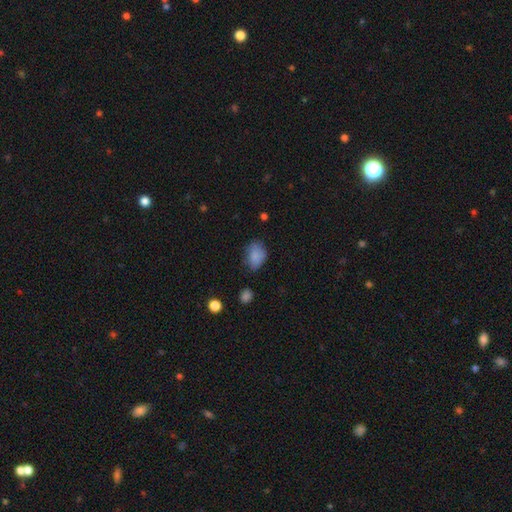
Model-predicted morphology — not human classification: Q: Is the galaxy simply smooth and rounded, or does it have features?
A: smooth — 83%.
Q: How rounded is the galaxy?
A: in between — 75%.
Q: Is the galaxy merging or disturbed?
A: none — 54%.